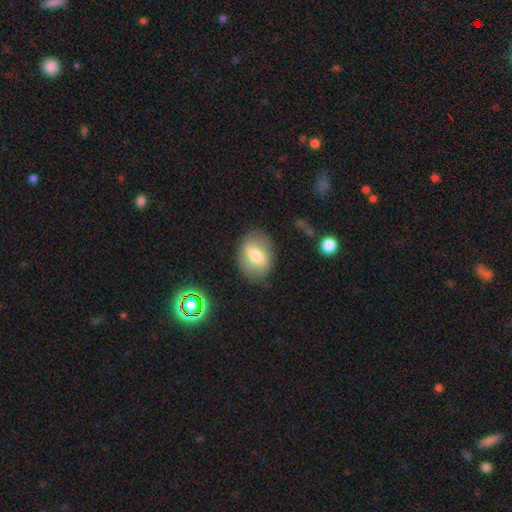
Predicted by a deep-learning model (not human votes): smooth-or-featured: smooth: 57% | featured or disk: 34% | star or artifact: 9%
  how-rounded: in between: 63% | round: 36% | cigar-shaped: 1%
  merging: none: 80% | minor disturbance: 14% | major disturbance: 5% | merger: 2%